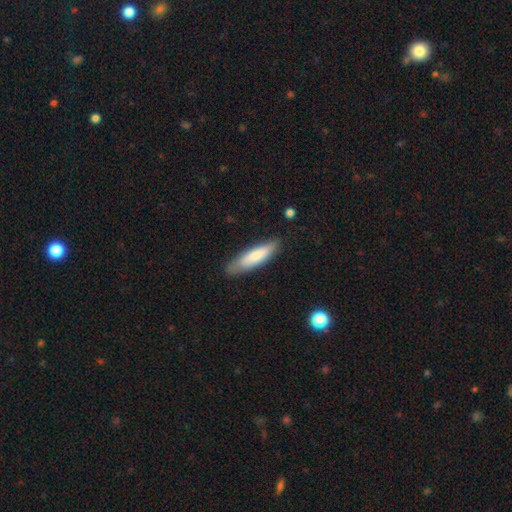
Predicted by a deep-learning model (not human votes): Smooth or featured? Predicted: smooth (p=0.73). How rounded? Predicted: cigar-shaped (p=0.70). Merging? Predicted: none (p=0.80).